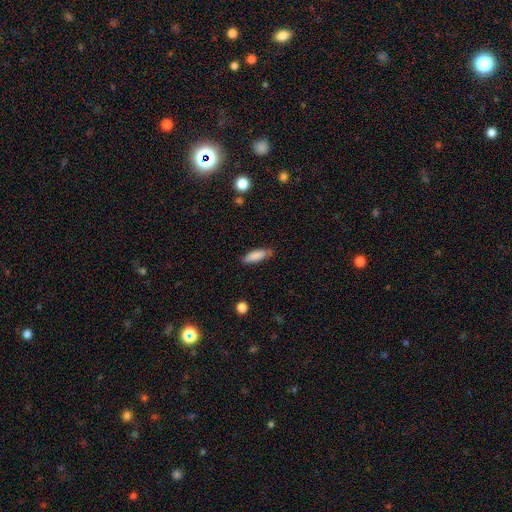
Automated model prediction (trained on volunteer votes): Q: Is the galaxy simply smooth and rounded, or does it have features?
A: smooth — 85%.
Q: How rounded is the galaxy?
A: in between — 55%.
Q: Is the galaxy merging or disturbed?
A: none — 80%.